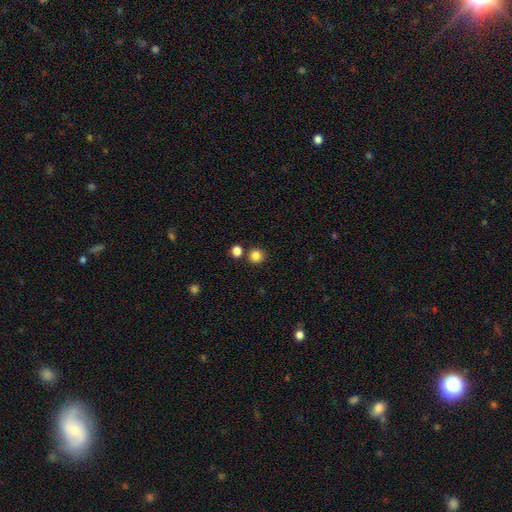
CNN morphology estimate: Smooth or featured? smooth (85%)
How rounded? round (93%)
Merging? none (80%)